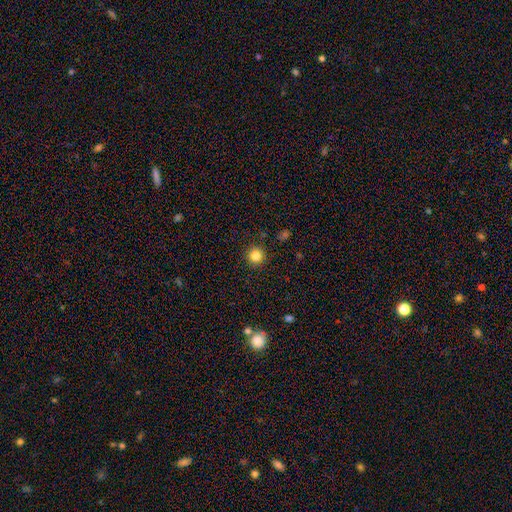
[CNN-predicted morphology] Overall: smooth (83%). How rounded: round (95%). Merging: none (92%).